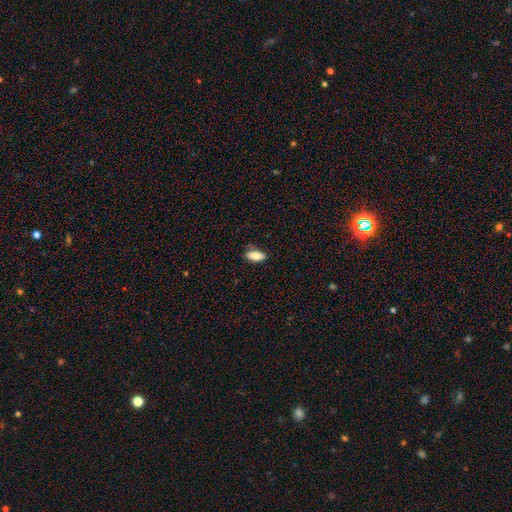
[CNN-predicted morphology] This appears to be a smooth galaxy with no disk features (84%) that is in between round and cigar-shaped (83%). Merging: none (77%).